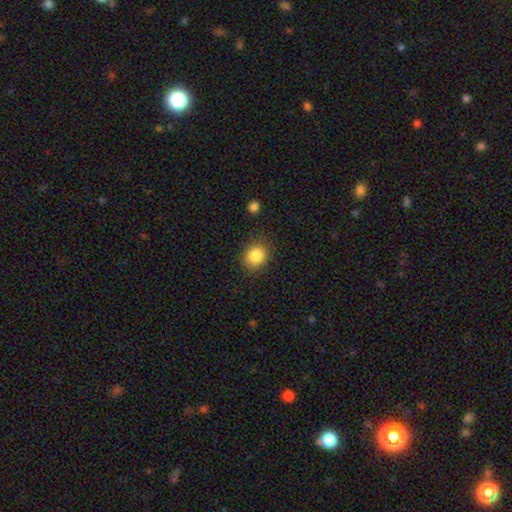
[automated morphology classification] A smooth galaxy with no disk features (85%) that is round (69%). Merging: none (86%).